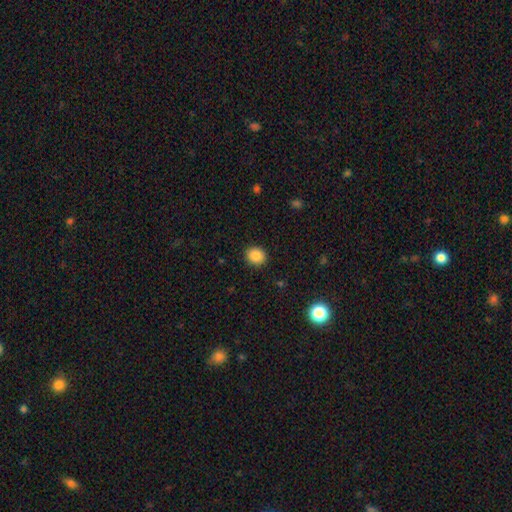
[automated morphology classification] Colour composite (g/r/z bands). It shows a smooth galaxy with no disk features (87%) that is round (78%). Merging: none (90%).